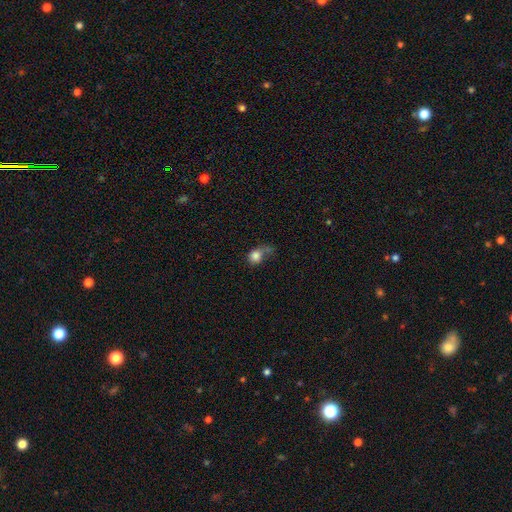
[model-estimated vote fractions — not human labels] Morphology: type=smooth (79%); roundness=round (74%); merging=none (32%).